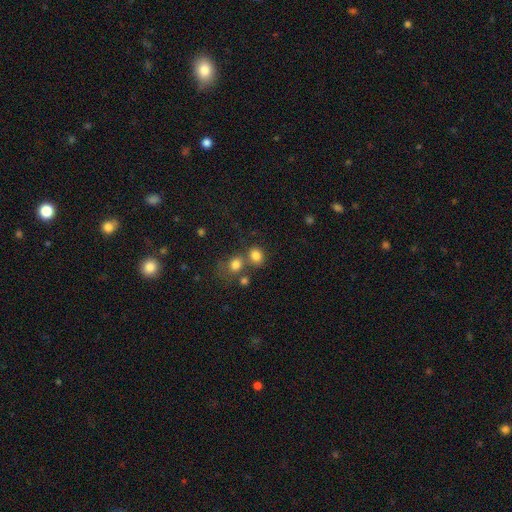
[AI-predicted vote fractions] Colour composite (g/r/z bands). It shows a smooth galaxy with no disk features (80%) that is round (64%). Merging: none (56%).